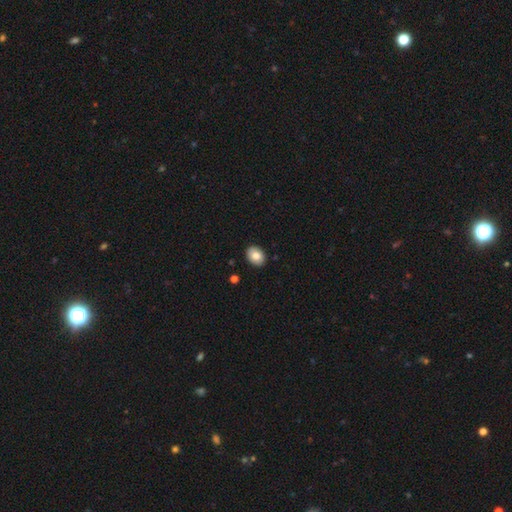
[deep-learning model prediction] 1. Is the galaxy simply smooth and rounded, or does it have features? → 81% smooth, 11% featured or disk, 8% star or artifact.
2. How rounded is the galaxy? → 62% in between, 37% round, 1% cigar-shaped.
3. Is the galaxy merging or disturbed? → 90% none, 7% minor disturbance, 2% major disturbance, 1% merger.